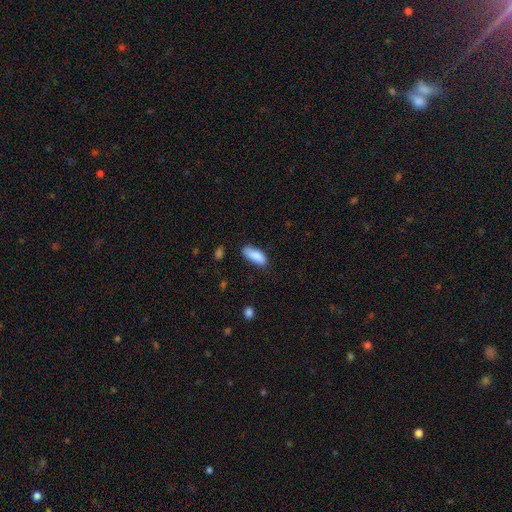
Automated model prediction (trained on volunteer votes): Overall: smooth (87%). How rounded: in between (72%). Merging: none (76%).